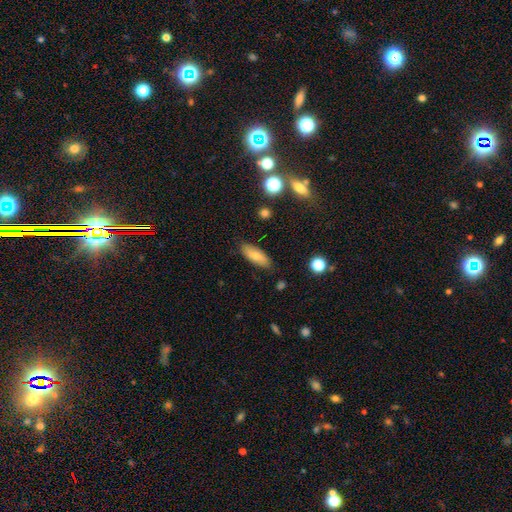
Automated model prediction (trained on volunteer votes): smooth_or_featured: smooth (p=0.74) [alt: featured or disk p=0.18]
how_rounded: in between (p=0.71) [alt: cigar-shaped p=0.27]
merging: none (p=0.85) [alt: minor disturbance p=0.11]